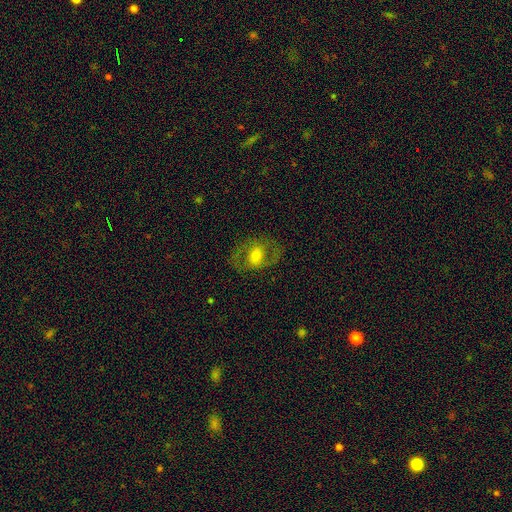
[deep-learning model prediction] Q: Smooth or featured?
A: featured or disk (56%); runner-up: smooth (35%)
Q: Edge-on disk?
A: no (94%); runner-up: yes (6%)
Q: Bar?
A: no (50%); runner-up: weak (34%)
Q: Spiral arms?
A: yes (53%); runner-up: no (47%)
Q: Bulge size?
A: moderate (64%); runner-up: small (22%)
Q: Merging?
A: none (73%); runner-up: minor disturbance (14%)